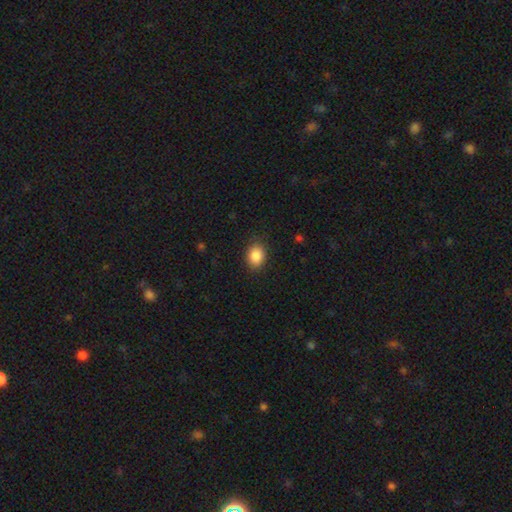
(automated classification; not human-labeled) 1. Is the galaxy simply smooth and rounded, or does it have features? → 88% smooth, 8% star or artifact, 4% featured or disk.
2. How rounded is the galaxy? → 66% in between, 33% round, 1% cigar-shaped.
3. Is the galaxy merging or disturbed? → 86% none, 10% minor disturbance, 3% major disturbance, 1% merger.